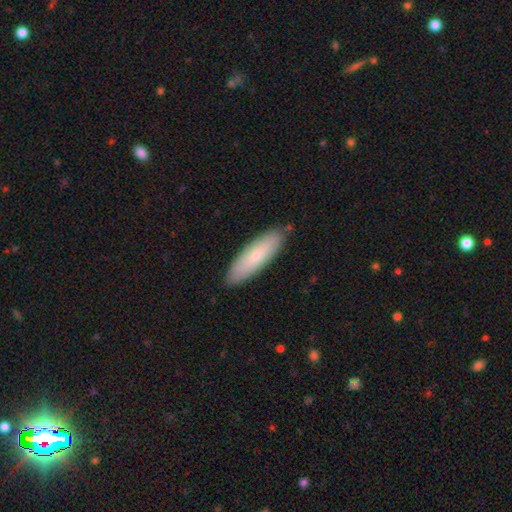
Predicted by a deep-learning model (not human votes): This is likely a smooth galaxy (74%). How rounded: possibly cigar-shaped (58%). Merging: clearly none (87%).